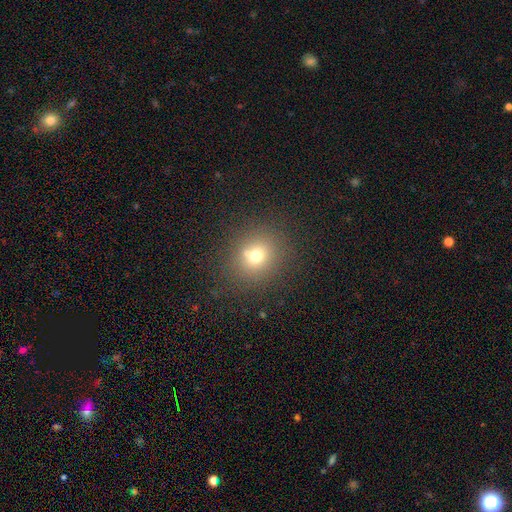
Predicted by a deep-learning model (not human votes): Smooth or featured: smooth — 70% (star or artifact — 17%)
How rounded: round — 80% (in between — 19%)
Merging: none — 72% (merger — 14%)